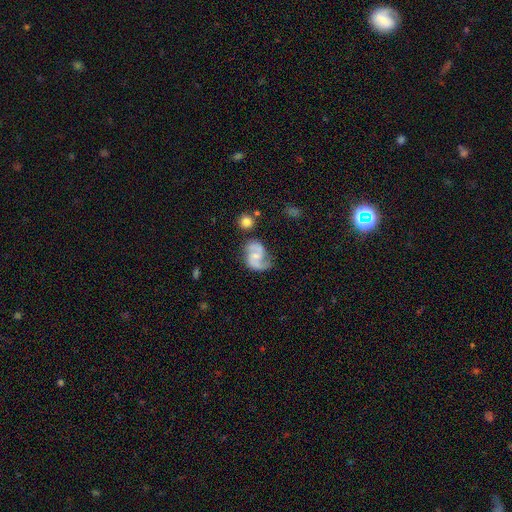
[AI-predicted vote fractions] smooth-or-featured: featured or disk: 80% | smooth: 14% | star or artifact: 6%
  disk-edge-on: no: 98% | yes: 2%
    bar: no: 52% | weak: 39% | strong: 8%
    has-spiral-arms: yes: 95% | no: 5%
      spiral-winding: medium: 50% | loose: 34% | tight: 17%
      spiral-arm-count: 2: 86% | 1: 6% | can't tell: 4% | 3: 1% | 4: 1% | more than 4: 1%
    bulge-size: small: 52% | moderate: 36% | none: 9% | large: 2% | dominant: 1%
  merging: none: 60% | minor disturbance: 23% | major disturbance: 11% | merger: 5%